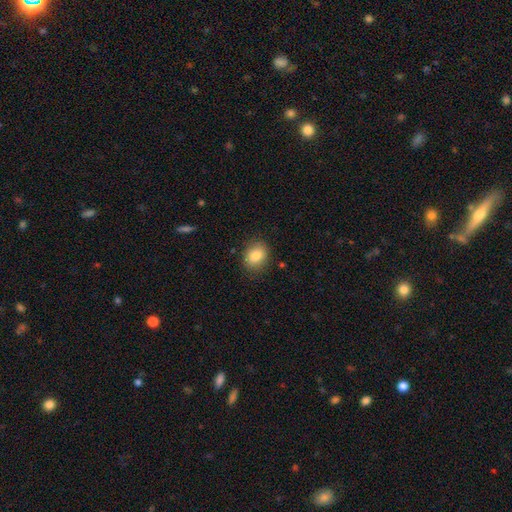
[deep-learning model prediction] Overall: smooth (83%). How rounded: round (50%; in between 49%). Merging: none (85%).